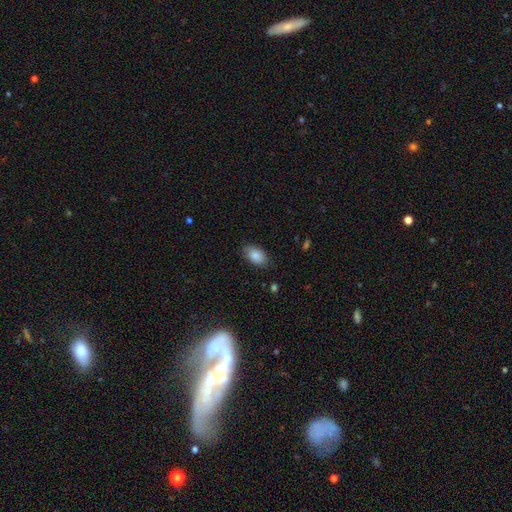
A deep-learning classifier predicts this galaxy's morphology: type=smooth (86%); roundness=in between (93%); merging=none (86%).